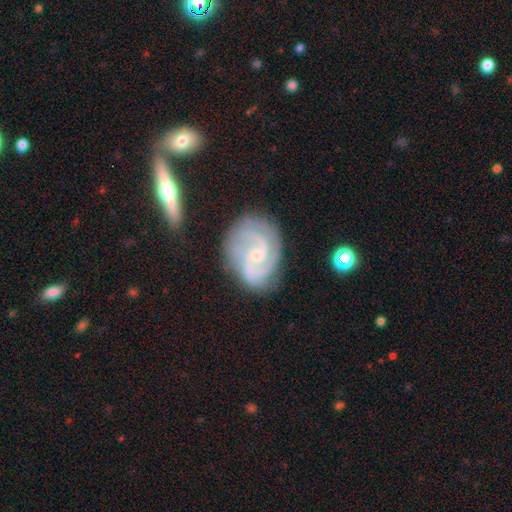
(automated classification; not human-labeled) This appears to be a featured or disk galaxy (90%) with no bar (52%), 2 (60%) medium (46%) spiral arms (98%) and a small central bulge (66%). Merging: none (76%).